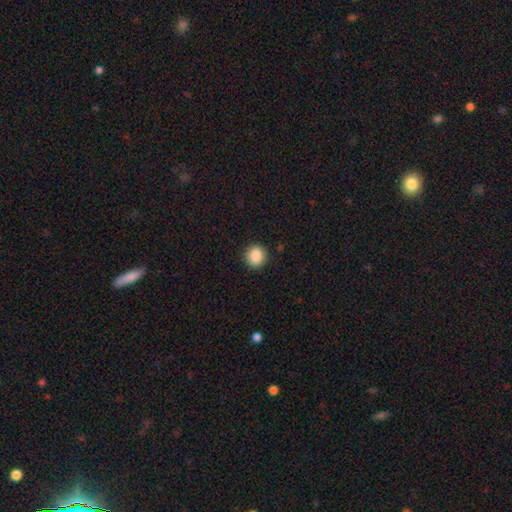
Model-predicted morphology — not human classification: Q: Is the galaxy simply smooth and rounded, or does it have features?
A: smooth — 88%.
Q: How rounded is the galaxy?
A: round — 89%.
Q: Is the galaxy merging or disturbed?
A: none — 90%.